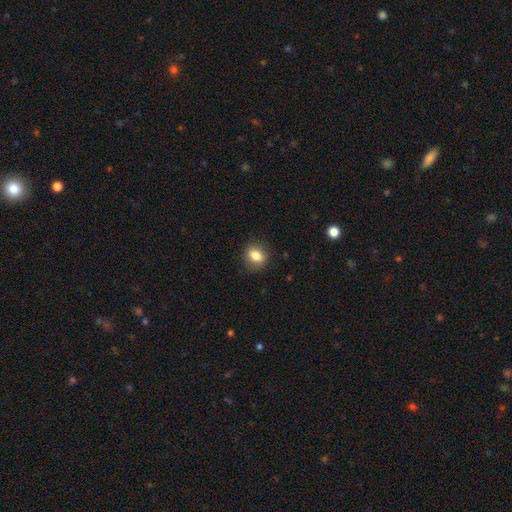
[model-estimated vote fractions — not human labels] Smooth or featured? smooth (83%)
How rounded? round (52%)
Merging? none (87%)